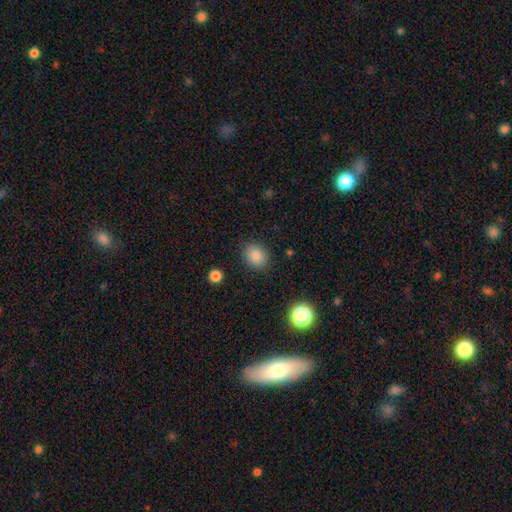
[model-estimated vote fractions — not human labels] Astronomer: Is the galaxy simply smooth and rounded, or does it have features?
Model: smooth — 85%.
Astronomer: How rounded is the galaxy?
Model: round — 56% (runner-up: in between, 43%).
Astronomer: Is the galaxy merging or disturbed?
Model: none — 87%.